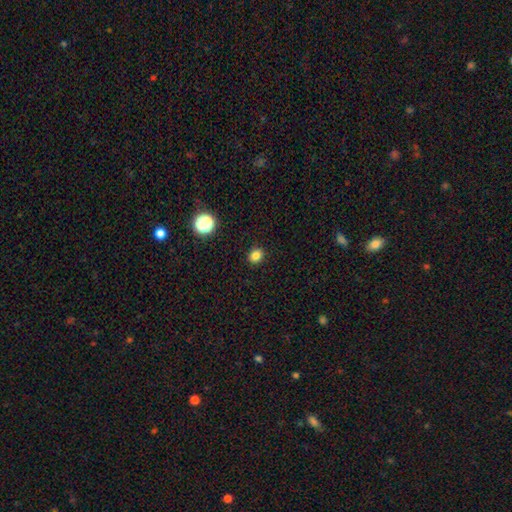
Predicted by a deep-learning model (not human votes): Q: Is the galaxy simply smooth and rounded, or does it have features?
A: smooth — 83%.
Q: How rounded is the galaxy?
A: round — 70%.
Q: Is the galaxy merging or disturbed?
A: none — 91%.